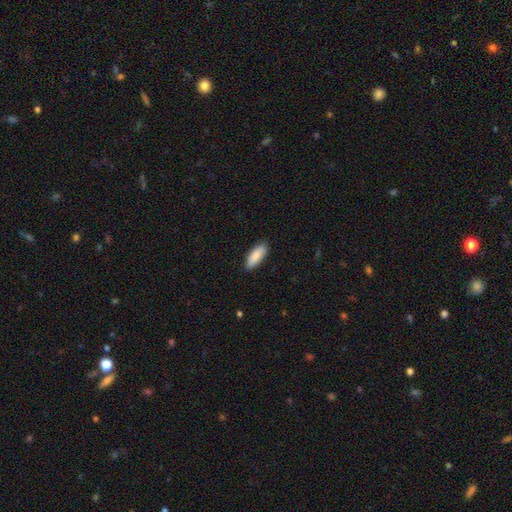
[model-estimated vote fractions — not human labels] A smooth galaxy with no disk features (86%) that is in between round and cigar-shaped (71%). Merging: none (87%).